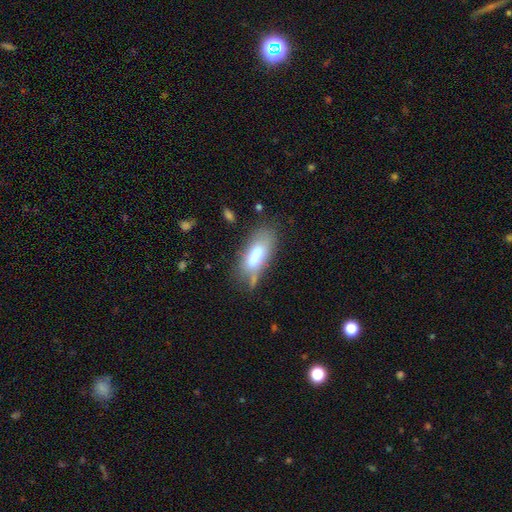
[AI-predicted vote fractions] Smooth or featured? Predicted: smooth (p=0.72). How rounded? Predicted: in between (p=0.79). Merging? Predicted: none (p=0.51).